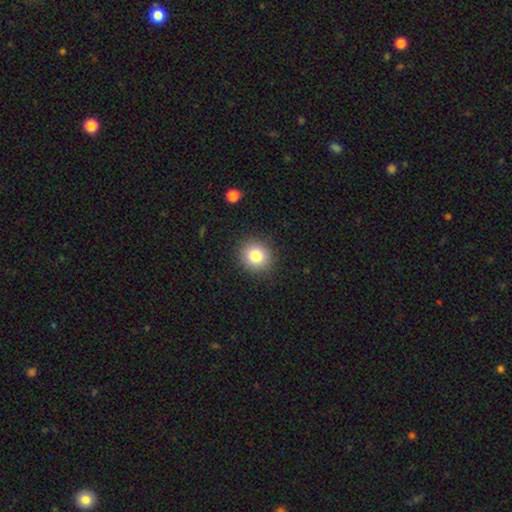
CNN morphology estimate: A smooth galaxy with no disk features (81%) that is round (87%).

Vote fractions:
- Smooth or featured? smooth: 81% / star or artifact: 11% / featured or disk: 9%
- How rounded? round: 87% / in between: 12% / cigar-shaped: 1%
- Merging? none: 90% / minor disturbance: 7% / major disturbance: 2% / merger: 1%